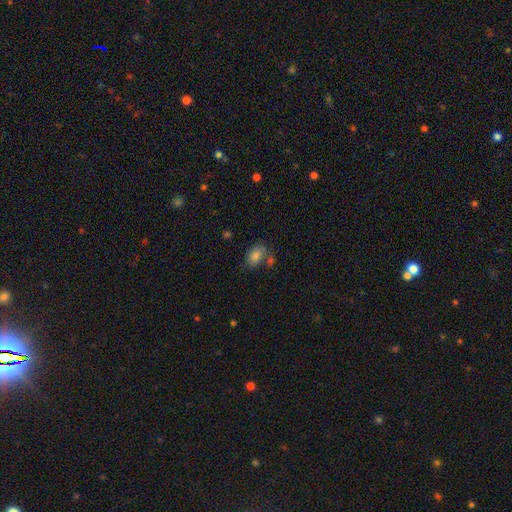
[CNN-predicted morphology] The model was most divided on "merging": none: 57%, minor disturbance: 19%, merger: 16%, major disturbance: 7%. More confident: how rounded — in between (83%); smooth or featured — smooth (79%).